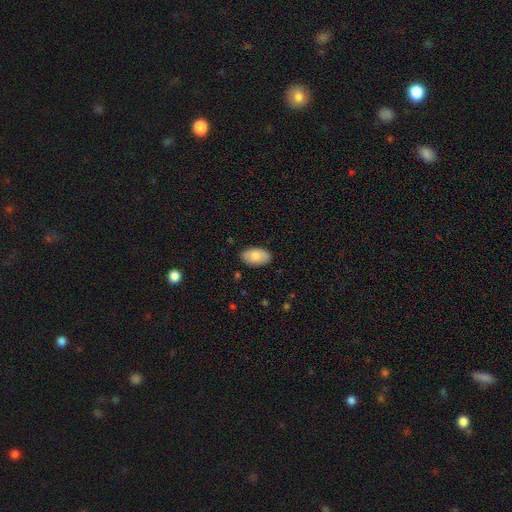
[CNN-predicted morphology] Q: Smooth or featured?
A: smooth (78%); runner-up: featured or disk (16%)
Q: How rounded?
A: in between (94%); runner-up: round (4%)
Q: Merging?
A: none (86%); runner-up: minor disturbance (11%)